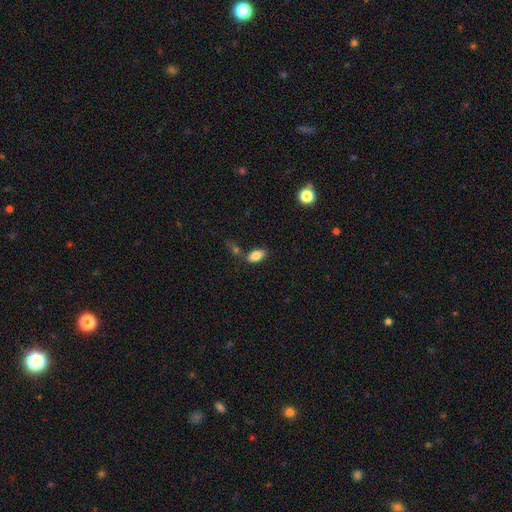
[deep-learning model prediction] smooth-or-featured: smooth: 84% | star or artifact: 8% | featured or disk: 8%
  how-rounded: in between: 92% | round: 5% | cigar-shaped: 3%
  merging: none: 67% | minor disturbance: 15% | merger: 13% | major disturbance: 4%